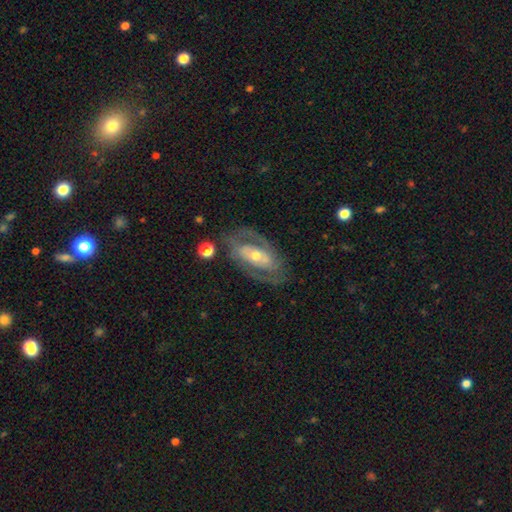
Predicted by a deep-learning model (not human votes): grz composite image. It shows a featured or disk galaxy (82%) with no bar (41%), 2 (80%) medium (43%, tied with tight) spiral arms (80%) and a moderate central bulge (51%). Merging: none (76%).